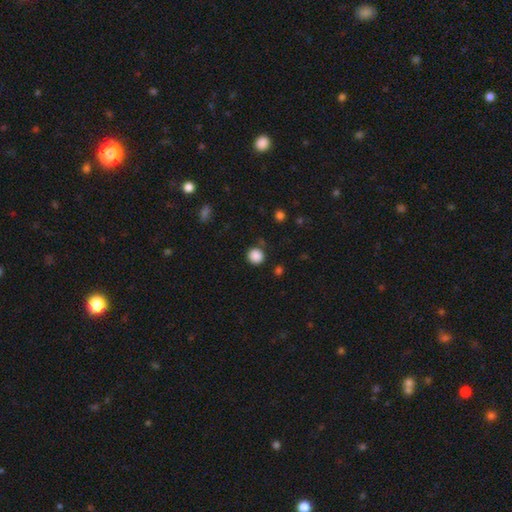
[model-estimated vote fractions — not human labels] smooth-or-featured: smooth: 87% | star or artifact: 10% | featured or disk: 3%
  how-rounded: round: 92% | in between: 7% | cigar-shaped: 1%
  merging: none: 85% | minor disturbance: 9% | major disturbance: 3% | merger: 3%